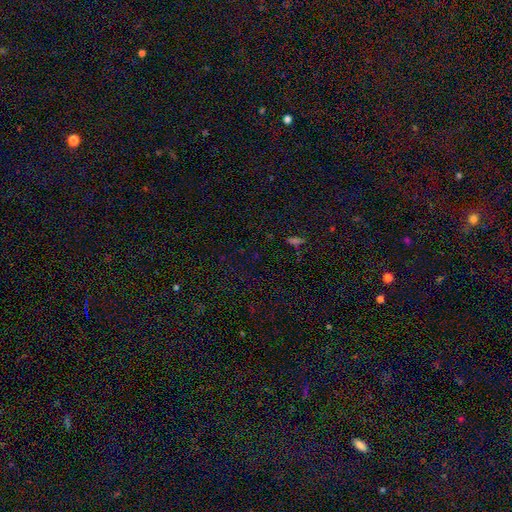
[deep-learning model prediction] This is likely a star or artifact rather than a galaxy (61%).